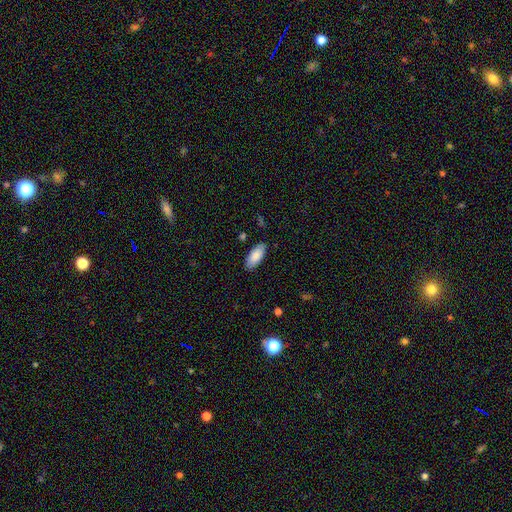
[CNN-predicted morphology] Smooth or featured? Predicted: smooth (p=0.87). How rounded? Predicted: in between (p=0.88). Merging? Predicted: none (p=0.87).